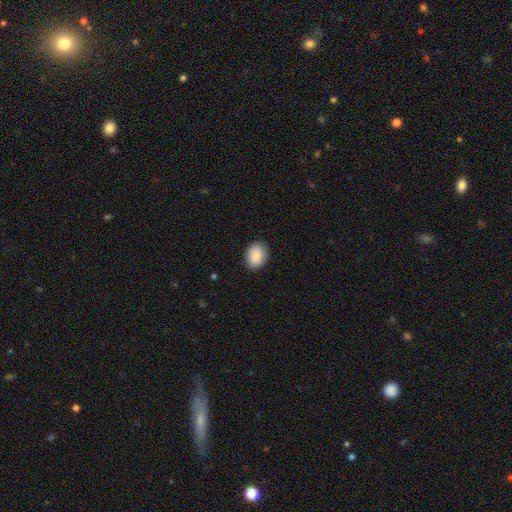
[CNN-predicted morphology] This is clearly a smooth galaxy (88%). How rounded: likely in between (65%). Merging: clearly none (82%).